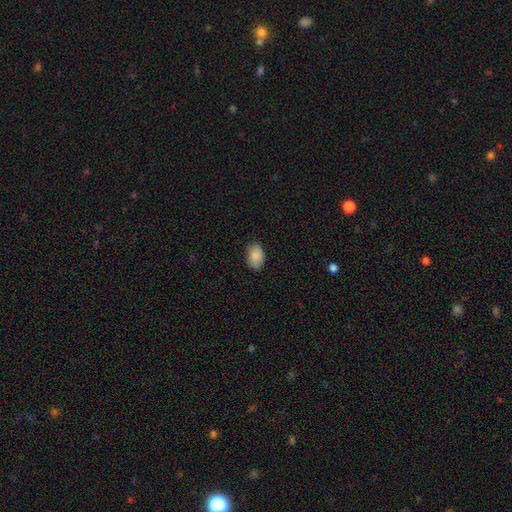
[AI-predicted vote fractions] Smooth or featured? smooth (87%)
How rounded? in between (88%)
Merging? none (83%)